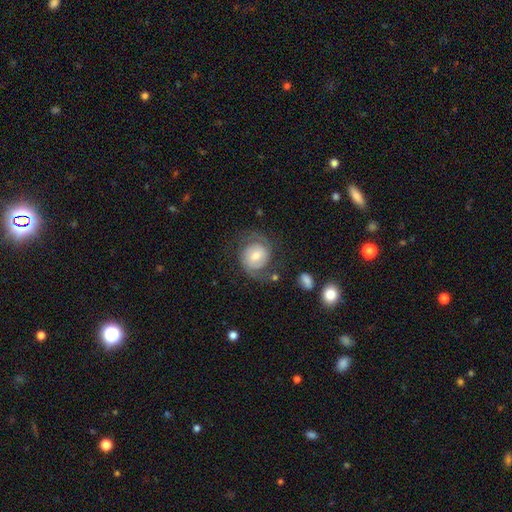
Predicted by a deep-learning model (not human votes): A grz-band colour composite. It shows a featured or disk galaxy (76%) with no bar (48%), 2 (87%) medium (46%) spiral arms (94%) and a moderate central bulge (46%). Merging: none (69%).